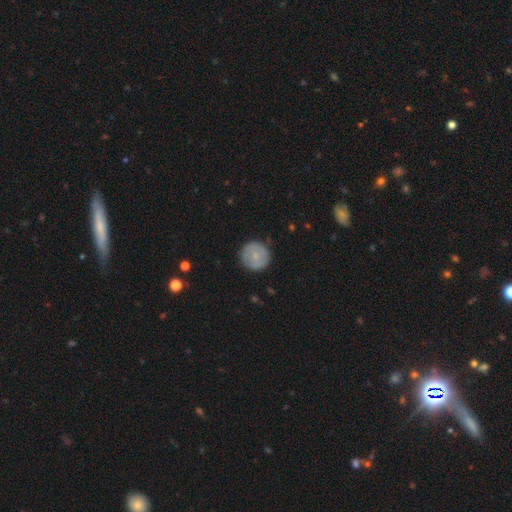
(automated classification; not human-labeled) Smooth or featured? smooth (72%)
How rounded? round (95%)
Merging? none (86%)